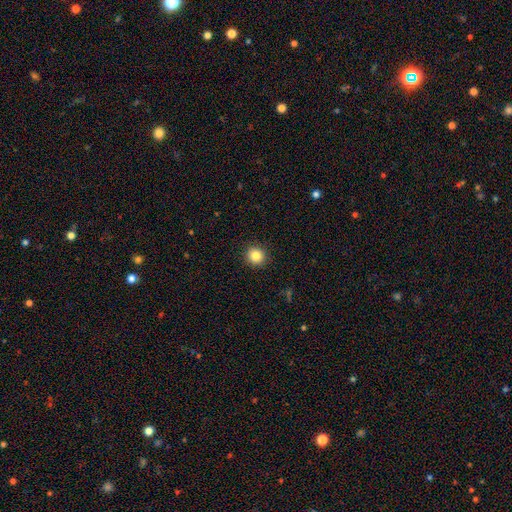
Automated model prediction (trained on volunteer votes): Q: Smooth or featured?
A: smooth (84%); runner-up: star or artifact (11%)
Q: How rounded?
A: round (93%); runner-up: in between (6%)
Q: Merging?
A: none (92%); runner-up: minor disturbance (5%)